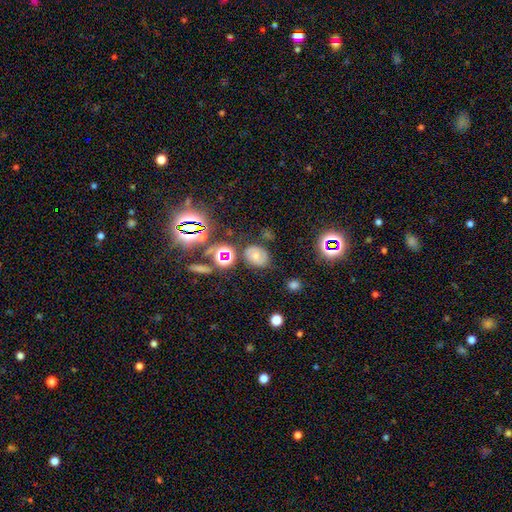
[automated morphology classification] Smooth or featured? smooth (55%)
How rounded? in between (67%)
Merging? none (70%)